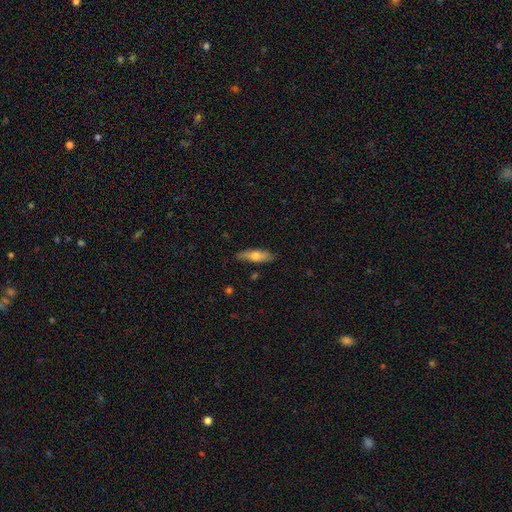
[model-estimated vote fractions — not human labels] smooth 64%, featured or disk 30%, star or artifact 6%. Down the decision tree: how rounded — cigar-shaped (60%); merging — none (81%).